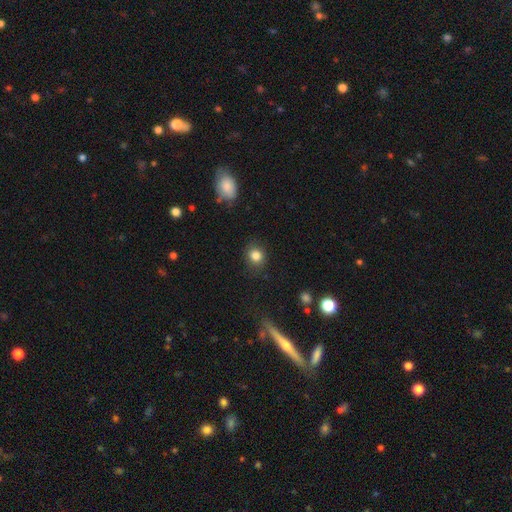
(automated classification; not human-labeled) Smooth or featured?
  - smooth: 84% *
  - star or artifact: 11%
  - featured or disk: 6%
How rounded?
  - round: 71% *
  - in between: 28%
  - cigar-shaped: 1%
Merging?
  - none: 83% *
  - minor disturbance: 12%
  - major disturbance: 4%
  - merger: 1%